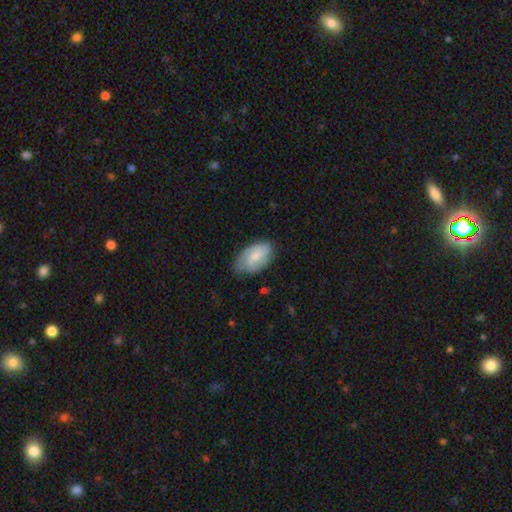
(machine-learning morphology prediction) type=smooth (62%); roundness=in between (93%); merging=none (65%).